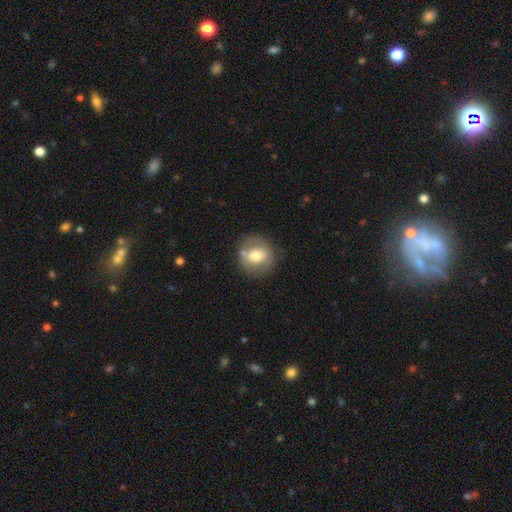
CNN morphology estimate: Smooth or featured? Predicted: smooth (p=0.63). How rounded? Predicted: round (p=0.82). Merging? Predicted: none (p=0.76).